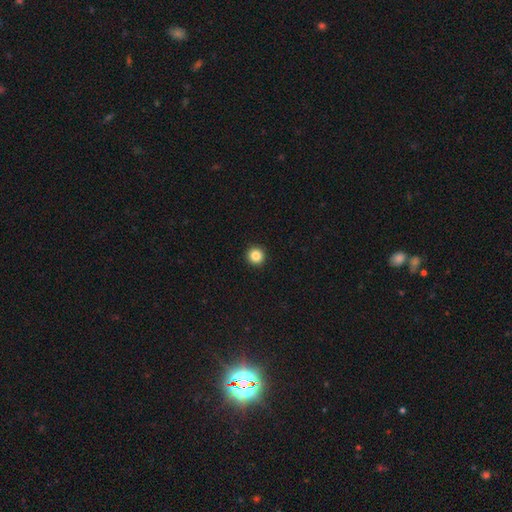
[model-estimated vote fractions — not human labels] Smooth or featured? Predicted: smooth (p=0.85). How rounded? Predicted: round (p=0.96). Merging? Predicted: none (p=0.94).